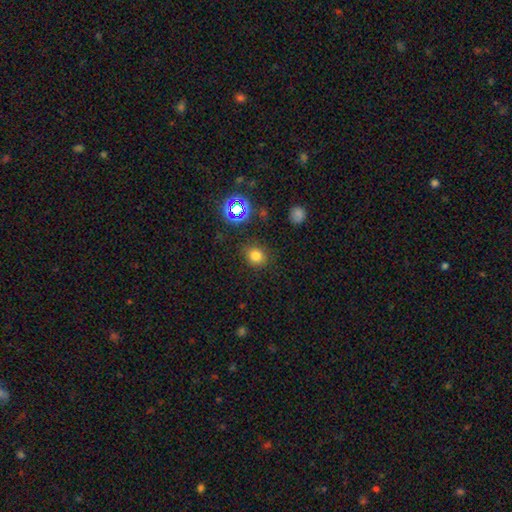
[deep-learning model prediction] This is likely a smooth galaxy (75%). How rounded: likely round (78%). Merging: clearly none (85%).